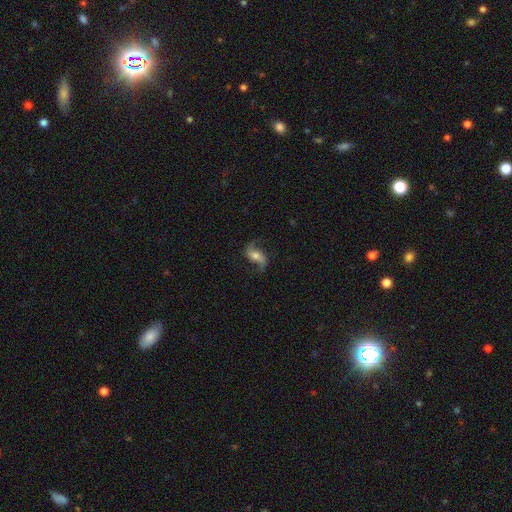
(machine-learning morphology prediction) Smooth or featured? featured or disk (79%)
Edge-on disk? no (95%)
Bar? no (44%)
Spiral arms? yes (95%)
Spiral winding? loose (79%)
Spiral arm count? 2 (93%)
Bulge size? moderate (58%)
Merging? none (77%)